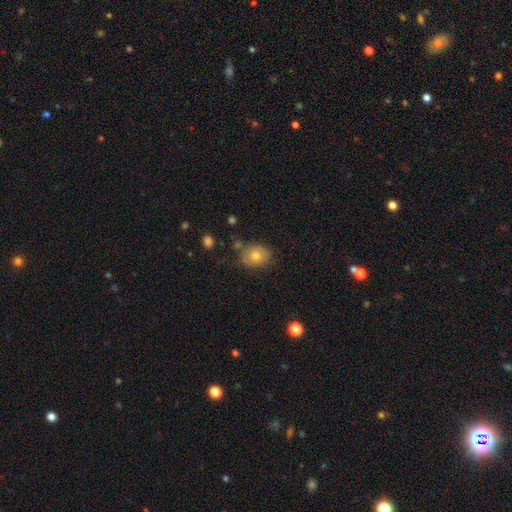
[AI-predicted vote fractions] smooth 72%, featured or disk 17%, star or artifact 11%. Down the decision tree: how rounded — round (53%); merging — none (73%).